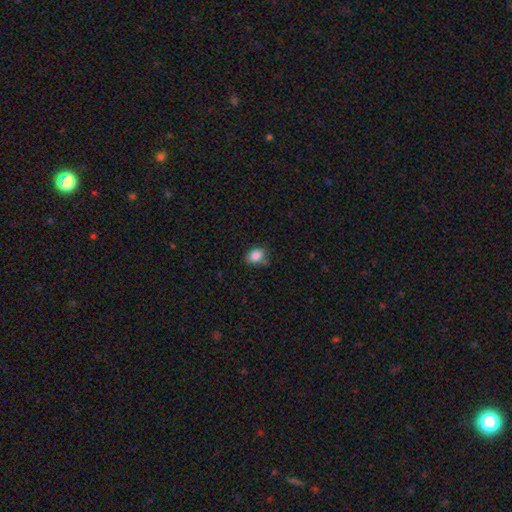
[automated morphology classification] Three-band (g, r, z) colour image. It shows a smooth galaxy with no disk features (85%) that is in between round and cigar-shaped (68%). Merging: none (70%).